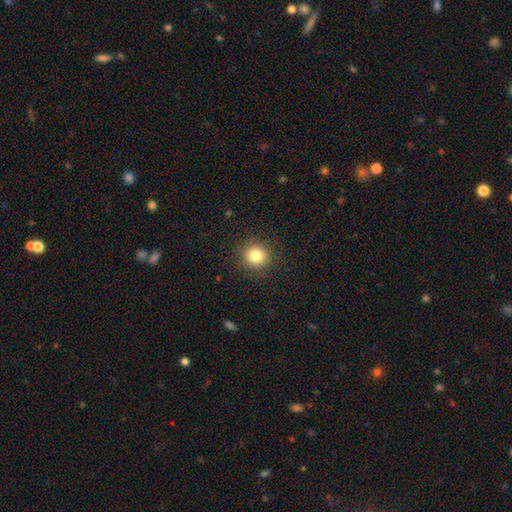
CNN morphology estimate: The model was most divided on "smooth or featured": smooth: 83%, star or artifact: 12%, featured or disk: 6%. More confident: how rounded — round (91%); merging — none (91%).